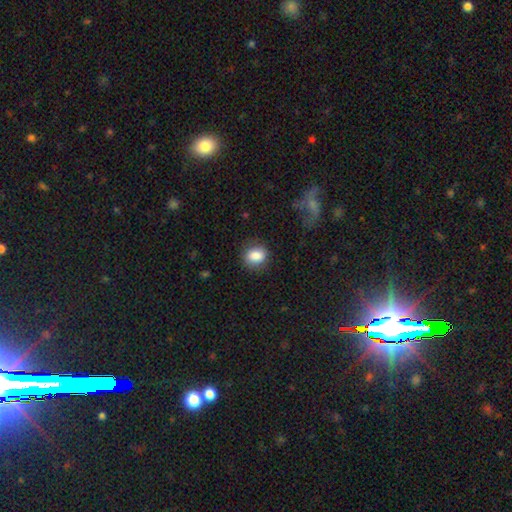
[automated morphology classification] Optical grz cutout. It shows a smooth galaxy with no disk features (86%) that is round (50%). Merging: none (81%).